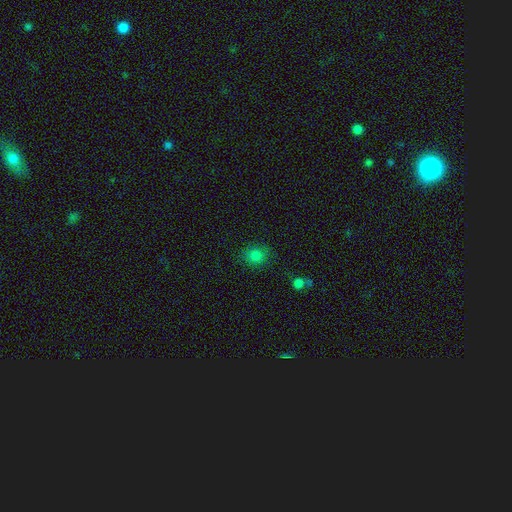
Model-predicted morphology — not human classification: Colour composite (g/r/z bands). It shows a smooth galaxy with no disk features (81%) that is round (82%). Merging: none (83%).